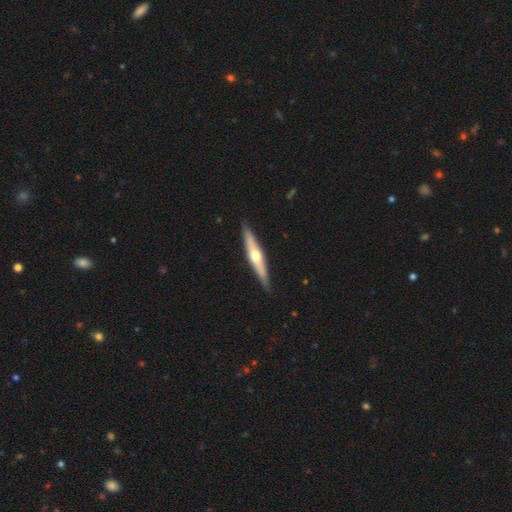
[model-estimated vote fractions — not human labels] This appears to be a featured or disk galaxy (64%) viewed edge-on (95%) with a rounded central bulge (90%). Merging: none (89%).